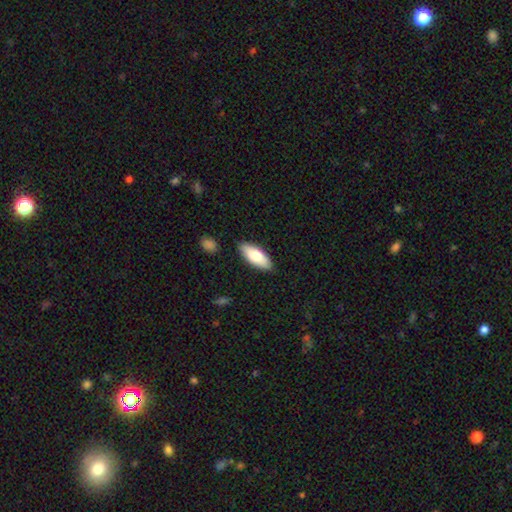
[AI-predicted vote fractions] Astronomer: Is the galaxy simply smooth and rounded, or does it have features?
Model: smooth — 76%.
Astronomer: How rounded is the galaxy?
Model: in between — 80%.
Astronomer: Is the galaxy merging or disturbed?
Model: none — 87%.